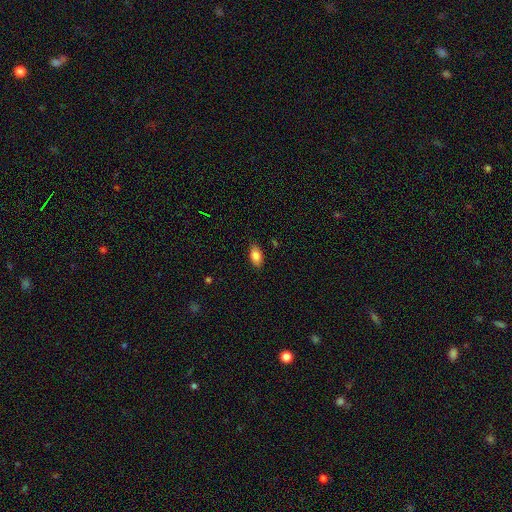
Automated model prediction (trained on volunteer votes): Smooth or featured: smooth — 85% (star or artifact — 8%)
How rounded: in between — 92% (round — 4%)
Merging: none — 85% (minor disturbance — 11%)